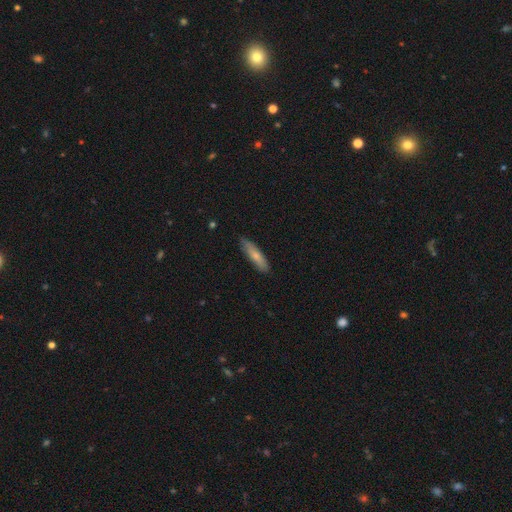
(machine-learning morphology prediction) The model was most divided on "smooth or featured": smooth: 72%, featured or disk: 22%, star or artifact: 6%. More confident: merging — none (84%); how rounded — cigar-shaped (74%).